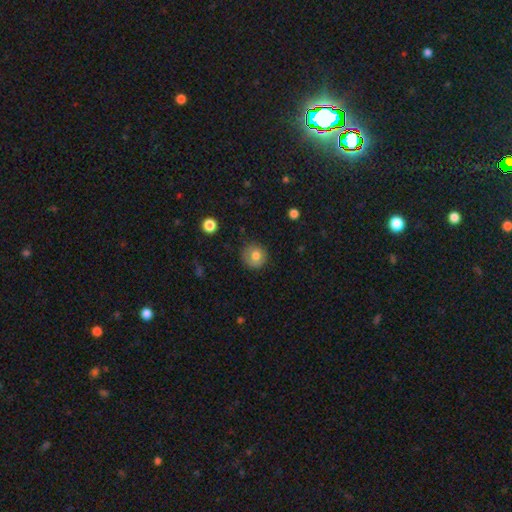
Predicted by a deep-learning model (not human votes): smooth-or-featured: smooth: 75% | featured or disk: 16% | star or artifact: 9%
  how-rounded: round: 91% | in between: 8% | cigar-shaped: 1%
  merging: none: 81% | minor disturbance: 14% | major disturbance: 4% | merger: 1%